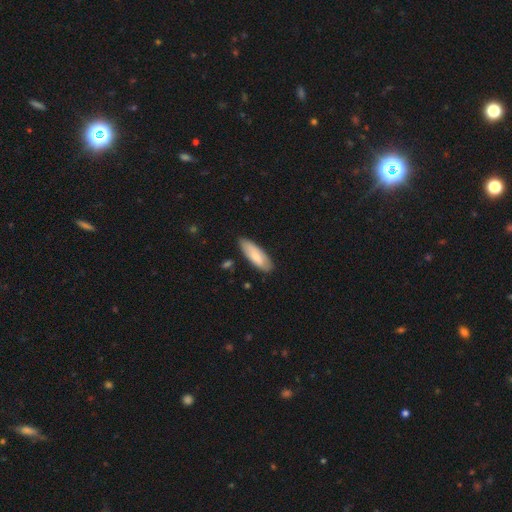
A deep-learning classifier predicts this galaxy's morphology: Smooth or featured?
  - smooth: 76% *
  - featured or disk: 19%
  - star or artifact: 5%
How rounded?
  - in between: 65% *
  - cigar-shaped: 34%
  - round: 2%
Merging?
  - none: 81% *
  - minor disturbance: 15%
  - major disturbance: 2%
  - merger: 2%